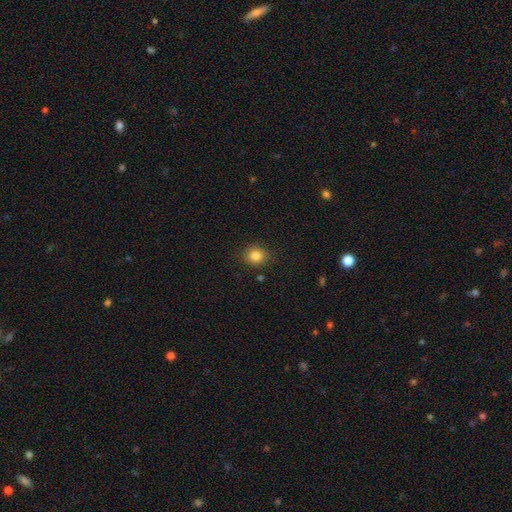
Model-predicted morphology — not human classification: This appears to be a smooth galaxy with no disk features (84%) that is round (77%). Merging: none (86%).